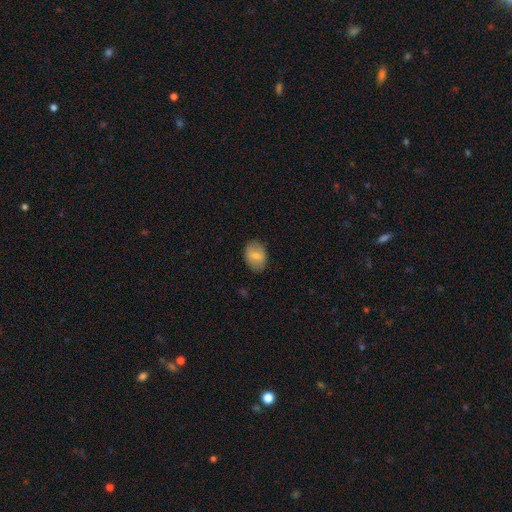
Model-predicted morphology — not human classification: Smooth or featured?
  - smooth: 69% *
  - featured or disk: 24%
  - star or artifact: 7%
How rounded?
  - in between: 77% *
  - round: 22%
  - cigar-shaped: 1%
Merging?
  - none: 83% *
  - minor disturbance: 13%
  - major disturbance: 3%
  - merger: 1%